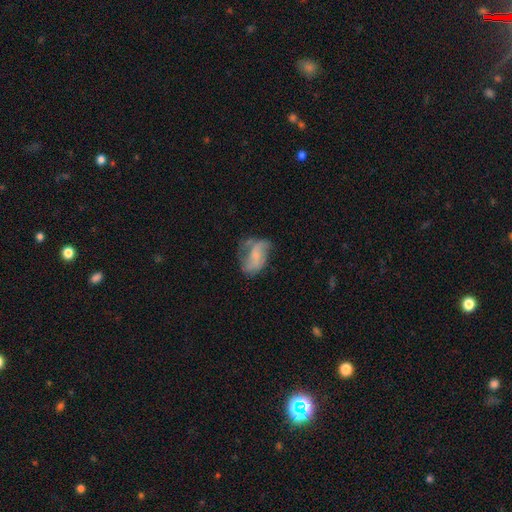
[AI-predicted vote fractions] This is possibly a featured or disk galaxy (53%). It is clearly not viewed edge-on (97%). Bar: possibly no (59%). Spiral arm pattern: likely yes (66%). Central bulge: marginally small (45%). Merging: marginally none (38%).